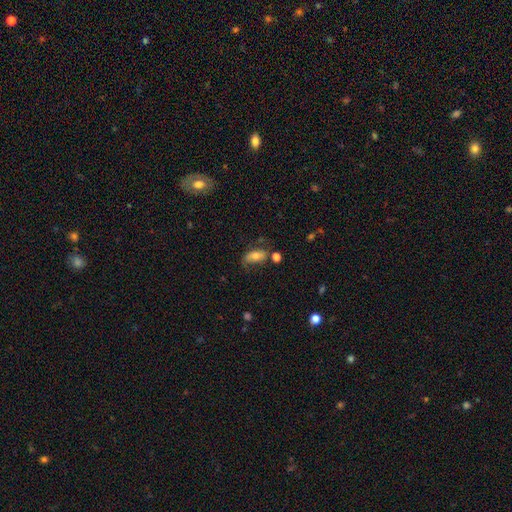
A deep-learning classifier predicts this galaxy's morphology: Q: Smooth or featured?
A: smooth (65%); runner-up: featured or disk (26%)
Q: How rounded?
A: in between (84%); runner-up: cigar-shaped (11%)
Q: Merging?
A: none (55%); runner-up: minor disturbance (25%)